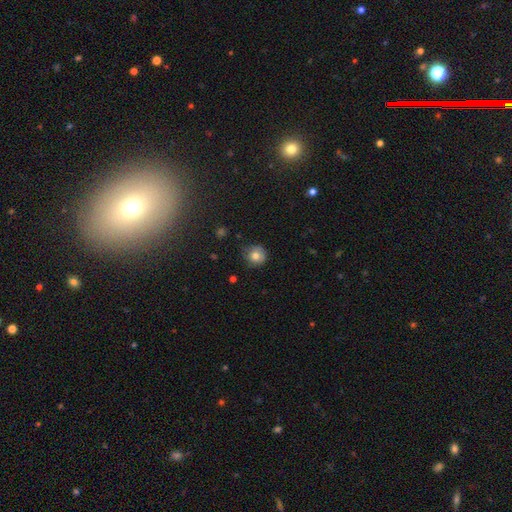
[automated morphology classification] smooth 72%, featured or disk 17%, star or artifact 10%. Down the decision tree: how rounded — round (87%); merging — none (65%).